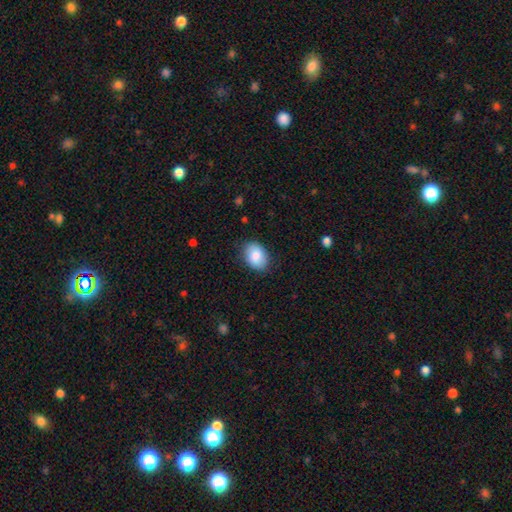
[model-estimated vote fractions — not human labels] Smooth or featured? Predicted: smooth (p=0.83). How rounded? Predicted: in between (p=0.75). Merging? Predicted: none (p=0.83).